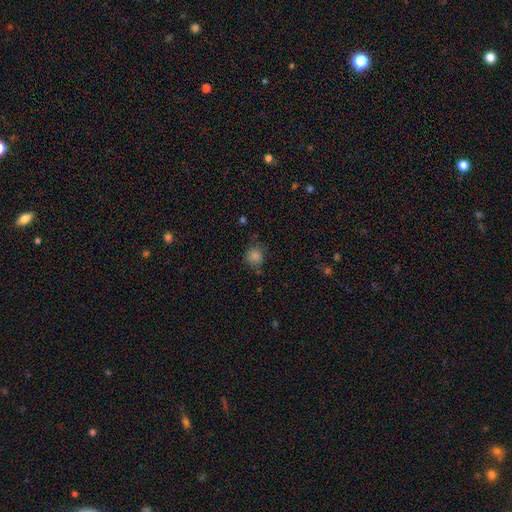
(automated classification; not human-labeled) smooth_or_featured: smooth (p=0.76) [alt: star or artifact p=0.17]
how_rounded: round (p=0.83) [alt: in between p=0.16]
merging: none (p=0.74) [alt: minor disturbance p=0.18]